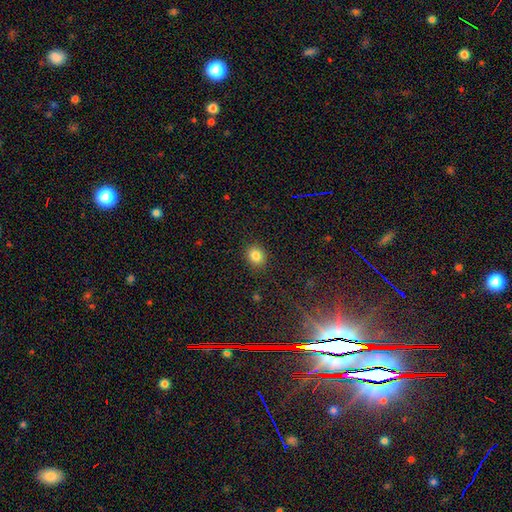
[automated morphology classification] A smooth galaxy with no disk features (83%) that is round (71%).

Vote fractions:
- Smooth or featured? smooth: 83% / star or artifact: 12% / featured or disk: 6%
- How rounded? round: 71% / in between: 28% / cigar-shaped: 1%
- Merging? none: 88% / minor disturbance: 8% / major disturbance: 2% / merger: 1%